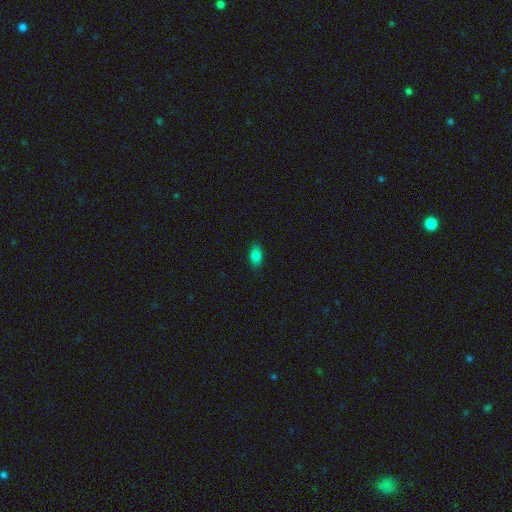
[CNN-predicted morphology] type=smooth (83%); roundness=in between (89%); merging=none (87%).